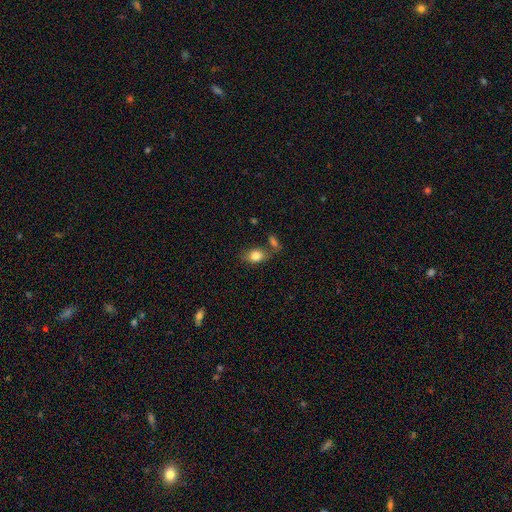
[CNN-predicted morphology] The model was most divided on "merging": none: 60%, merger: 18%, minor disturbance: 17%, major disturbance: 5%. More confident: smooth or featured — smooth (81%); how rounded — in between (78%).